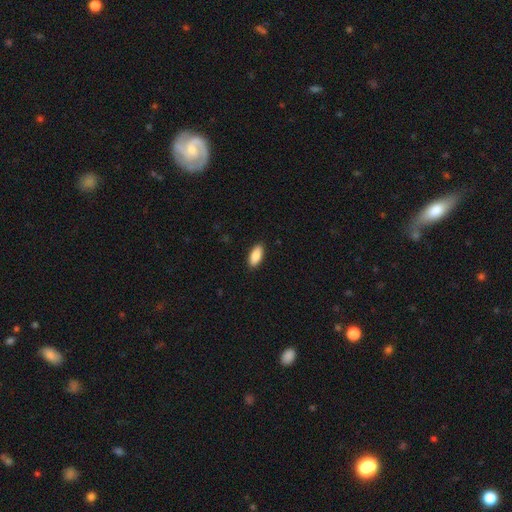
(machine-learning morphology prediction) Smooth or featured?
  - smooth: 85% *
  - featured or disk: 9%
  - star or artifact: 6%
How rounded?
  - in between: 87% *
  - cigar-shaped: 11%
  - round: 2%
Merging?
  - none: 90% *
  - minor disturbance: 7%
  - major disturbance: 2%
  - merger: 1%